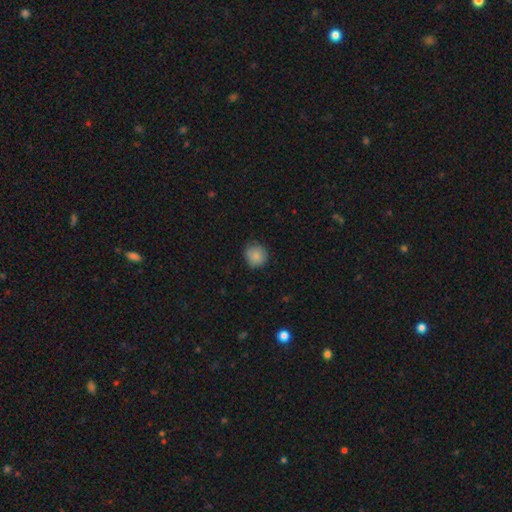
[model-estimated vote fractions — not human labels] smooth_or_featured: smooth (p=0.86) [alt: star or artifact p=0.08]
how_rounded: round (p=0.88) [alt: in between p=0.11]
merging: none (p=0.79) [alt: minor disturbance p=0.17]